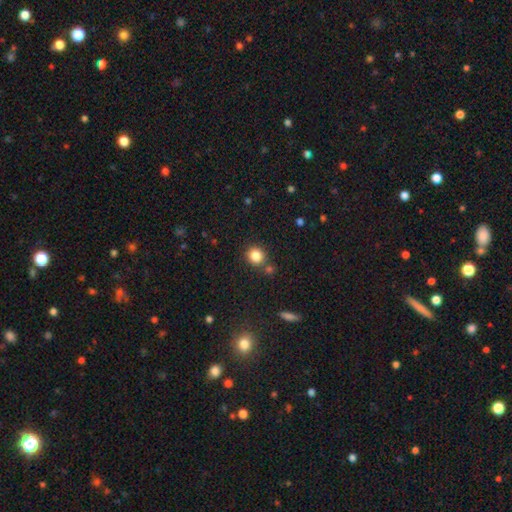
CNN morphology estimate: This appears to be a smooth galaxy with no disk features (84%) that is round (85%). Merging: none (76%).